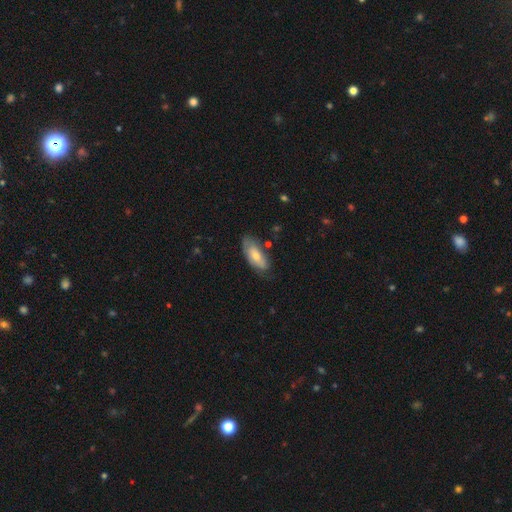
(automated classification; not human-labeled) smooth_or_featured: smooth (p=0.70) [alt: featured or disk p=0.24]
how_rounded: in between (p=0.81) [alt: cigar-shaped p=0.17]
merging: none (p=0.69) [alt: minor disturbance p=0.23]